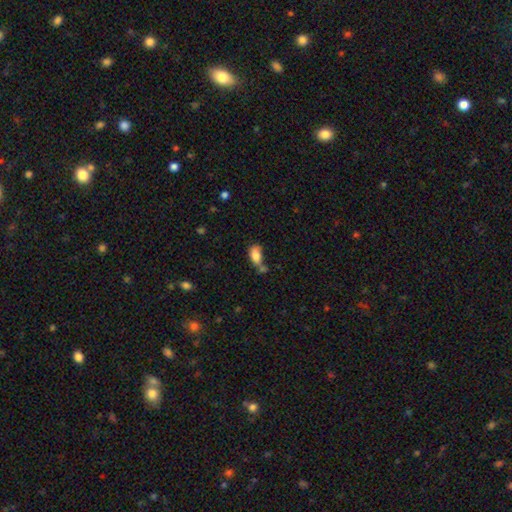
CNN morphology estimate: smooth_or_featured: smooth (p=0.82) [alt: featured or disk p=0.09]
how_rounded: in between (p=0.90) [alt: round p=0.06]
merging: none (p=0.42) [alt: merger p=0.30]